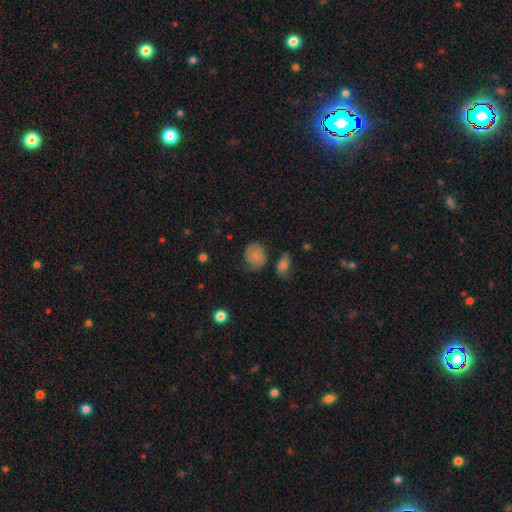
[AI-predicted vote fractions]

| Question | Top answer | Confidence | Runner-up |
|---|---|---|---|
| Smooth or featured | smooth | 77% | featured or disk (13%) |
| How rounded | round | 64% | in between (35%) |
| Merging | none | 59% | minor disturbance (26%) |